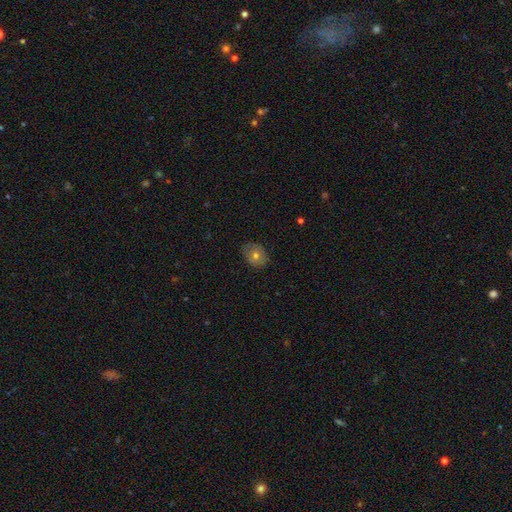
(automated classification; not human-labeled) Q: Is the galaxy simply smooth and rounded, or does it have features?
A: smooth — 66%.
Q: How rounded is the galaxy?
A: round — 52%.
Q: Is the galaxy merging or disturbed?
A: none — 77%.